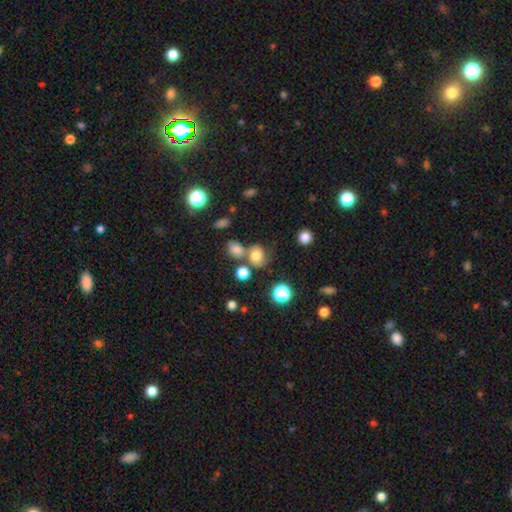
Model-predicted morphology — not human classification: The model was most divided on "merging": none: 44%, merger: 27%, minor disturbance: 18%, major disturbance: 11%. More confident: smooth or featured — smooth (67%); how rounded — round (61%).